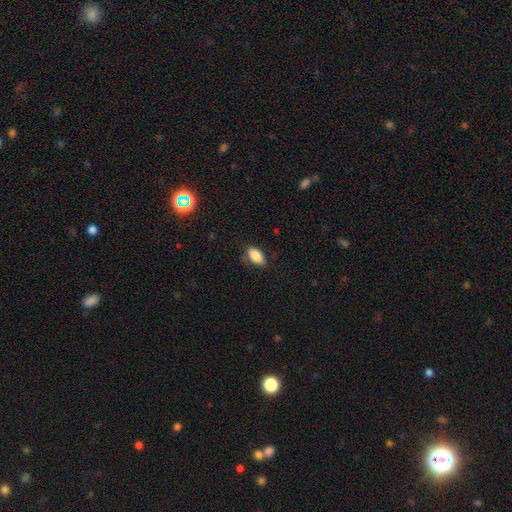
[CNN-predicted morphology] smooth 85%, star or artifact 8%, featured or disk 7%. Down the decision tree: how rounded — in between (91%); merging — none (73%).